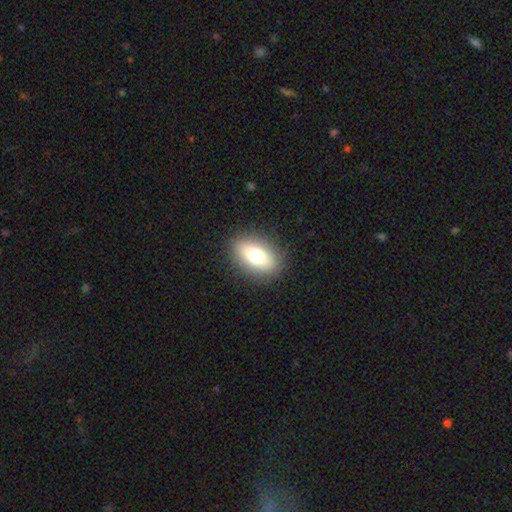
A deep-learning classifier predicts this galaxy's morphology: Q: Smooth or featured?
A: smooth (74%); runner-up: featured or disk (17%)
Q: How rounded?
A: in between (84%); runner-up: round (12%)
Q: Merging?
A: none (88%); runner-up: minor disturbance (8%)